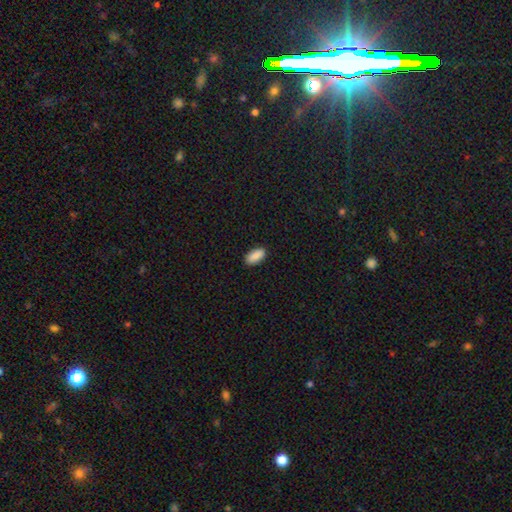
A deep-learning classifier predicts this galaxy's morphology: The model was most divided on "merging": none: 90%, minor disturbance: 7%, major disturbance: 2%, merger: 1%. More confident: how rounded — in between (91%); smooth or featured — smooth (91%).